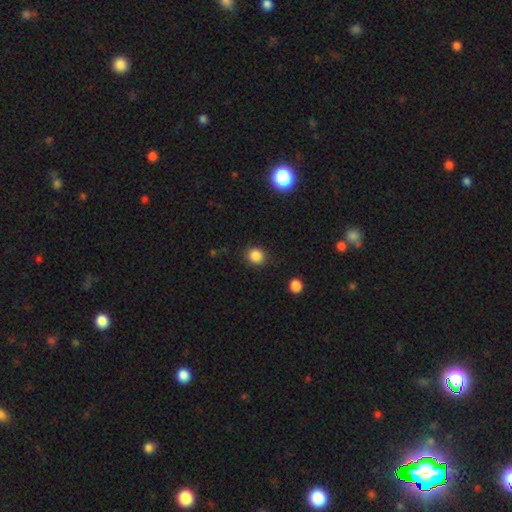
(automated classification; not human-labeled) Smooth or featured?
  - smooth: 85% *
  - star or artifact: 11%
  - featured or disk: 4%
How rounded?
  - round: 83% *
  - in between: 16%
  - cigar-shaped: 1%
Merging?
  - none: 87% *
  - minor disturbance: 8%
  - major disturbance: 3%
  - merger: 1%